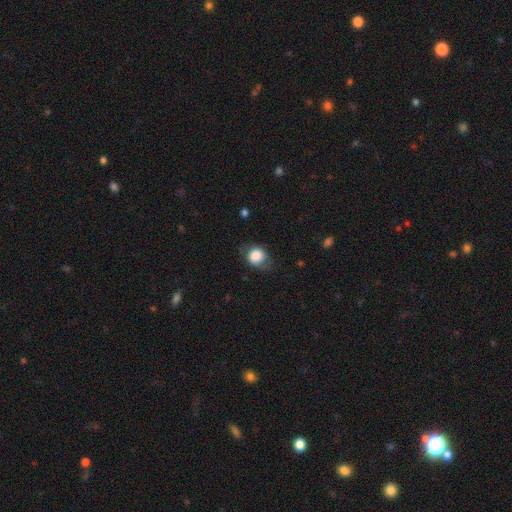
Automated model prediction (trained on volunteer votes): Q: Smooth or featured?
A: smooth (81%); runner-up: featured or disk (11%)
Q: How rounded?
A: round (72%); runner-up: in between (27%)
Q: Merging?
A: none (65%); runner-up: minor disturbance (24%)